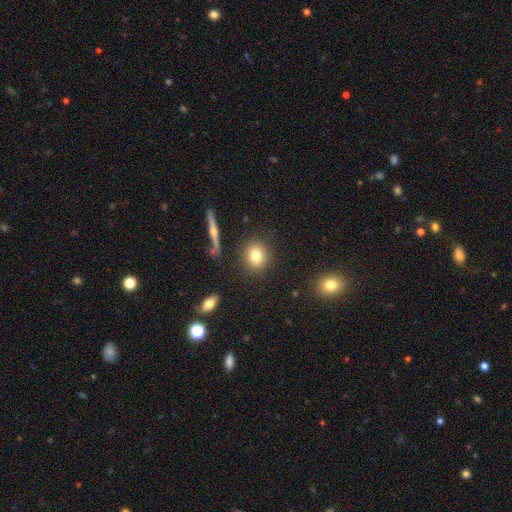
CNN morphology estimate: smooth_or_featured: smooth (p=0.80) [alt: featured or disk p=0.10]
how_rounded: round (p=0.72) [alt: in between p=0.26]
merging: none (p=0.85) [alt: minor disturbance p=0.09]